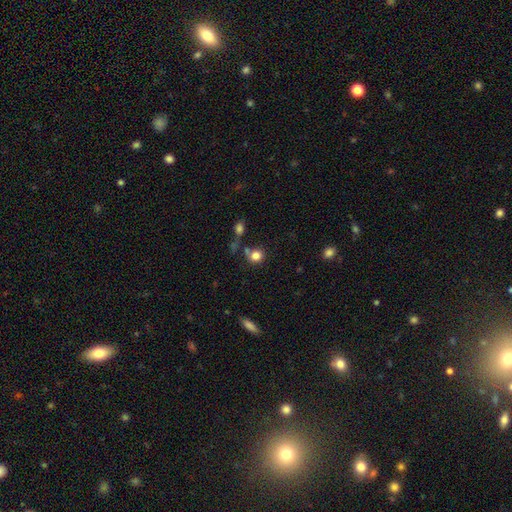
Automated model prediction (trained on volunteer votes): The model was most divided on "merging": none: 67%, merger: 15%, minor disturbance: 13%, major disturbance: 6%. More confident: how rounded — round (82%); smooth or featured — smooth (82%).